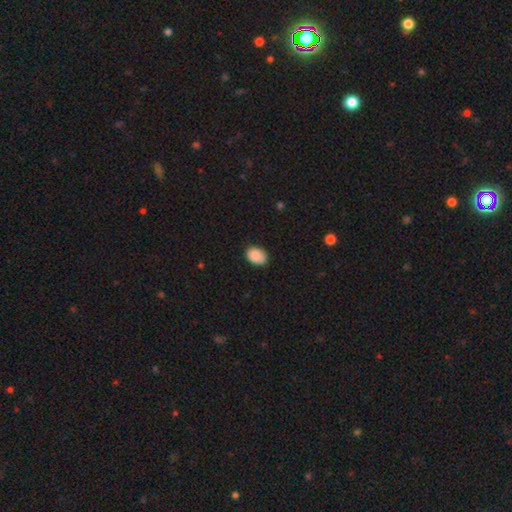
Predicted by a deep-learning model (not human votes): Morphology: type=smooth (90%); roundness=in between (77%); merging=none (85%).